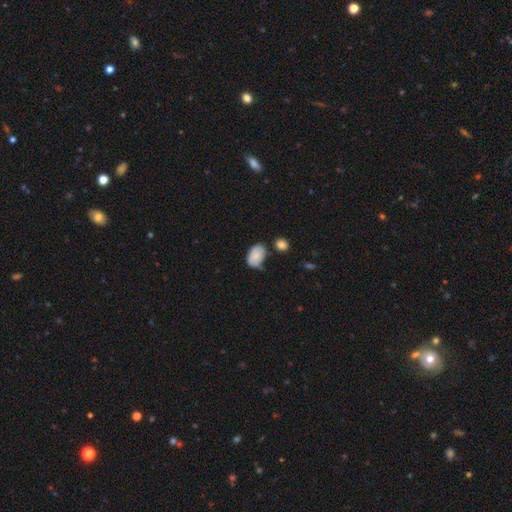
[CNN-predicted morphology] Smooth or featured?
  - smooth: 78% *
  - featured or disk: 15%
  - star or artifact: 7%
How rounded?
  - in between: 88% *
  - round: 10%
  - cigar-shaped: 1%
Merging?
  - none: 52% *
  - minor disturbance: 31%
  - merger: 10%
  - major disturbance: 7%